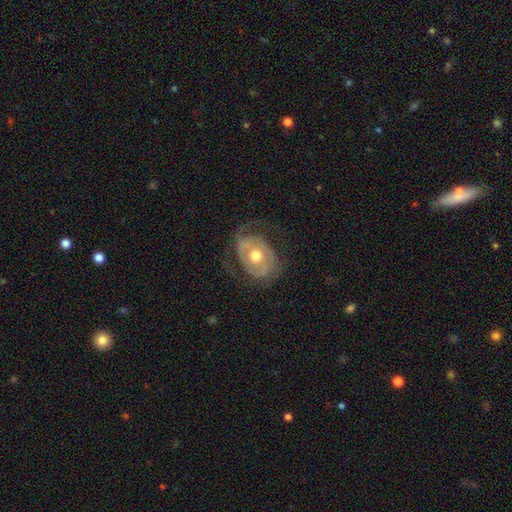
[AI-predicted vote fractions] Morphology: type=featured or disk (71%); edge-on=no (95%); bar=no (75%); spiral arms=yes (61%); bulge=moderate (77%); merging=none (57%).